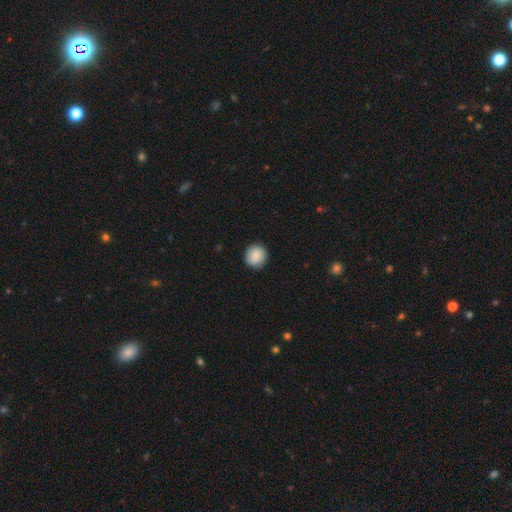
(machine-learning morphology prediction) The model was most divided on "how rounded": round: 90%, in between: 10%, cigar-shaped: 1%. More confident: merging — none (90%); smooth or featured — smooth (88%).